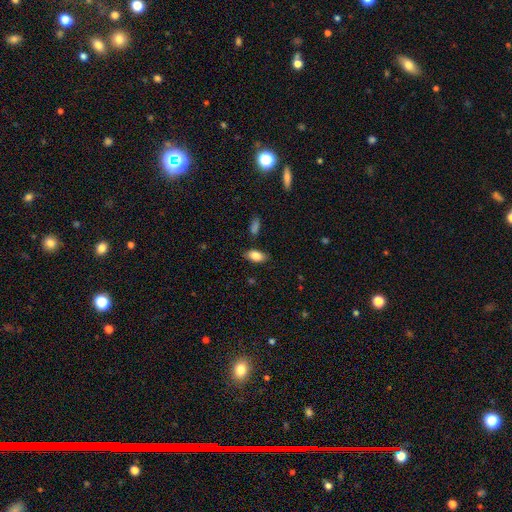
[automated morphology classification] Smooth or featured: smooth — 84% (featured or disk — 9%)
How rounded: in between — 91% (cigar-shaped — 5%)
Merging: none — 81% (minor disturbance — 13%)